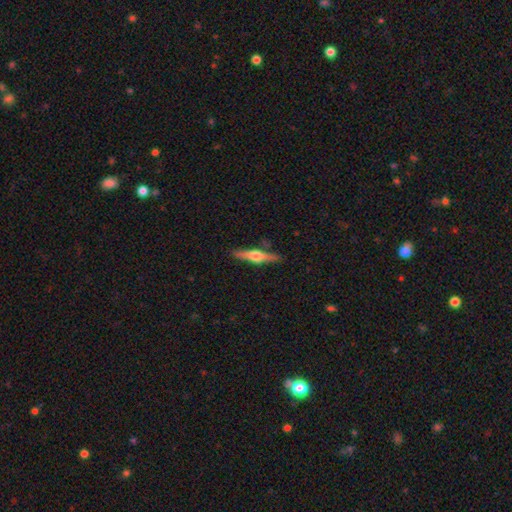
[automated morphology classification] featured or disk 64%, smooth 31%, star or artifact 6%. Down the decision tree: edge-on disk — yes (96%); edge-on bulge — rounded (92%); merging — none (86%).